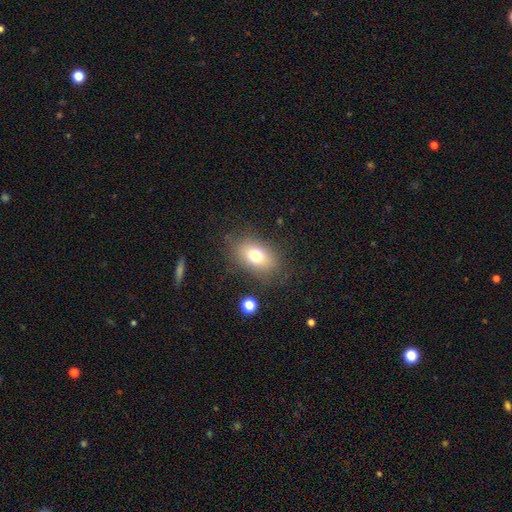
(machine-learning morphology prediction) Smooth or featured?
  - smooth: 74% *
  - featured or disk: 15%
  - star or artifact: 11%
How rounded?
  - in between: 82% *
  - round: 16%
  - cigar-shaped: 1%
Merging?
  - none: 78% *
  - minor disturbance: 14%
  - major disturbance: 6%
  - merger: 2%